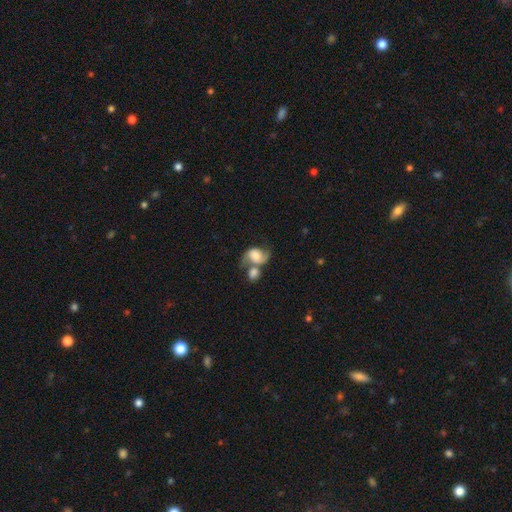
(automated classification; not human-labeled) Q: Smooth or featured?
A: featured or disk (50%); runner-up: smooth (41%)
Q: Merging?
A: merger (52%); runner-up: none (24%)